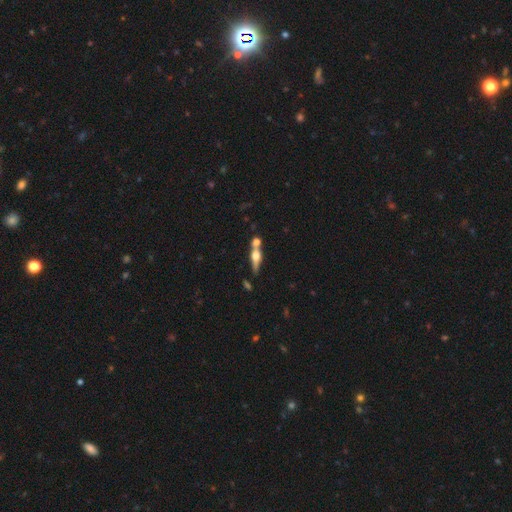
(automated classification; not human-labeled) smooth_or_featured: featured or disk (p=0.60) [alt: smooth p=0.31]
disk_edge_on: yes (p=0.91) [alt: no p=0.09]
edge_on_bulge: rounded (p=0.92) [alt: boxy p=0.06]
merging: none (p=0.55) [alt: merger p=0.28]